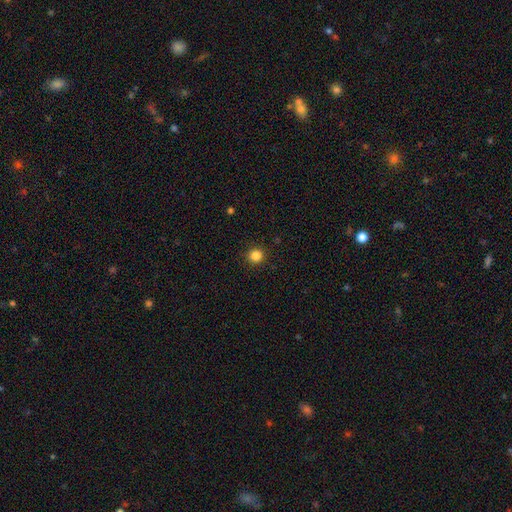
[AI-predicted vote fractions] Smooth or featured?
  - smooth: 85% *
  - star or artifact: 12%
  - featured or disk: 4%
How rounded?
  - round: 94% *
  - in between: 5%
  - cigar-shaped: 1%
Merging?
  - none: 92% *
  - minor disturbance: 5%
  - major disturbance: 2%
  - merger: 1%